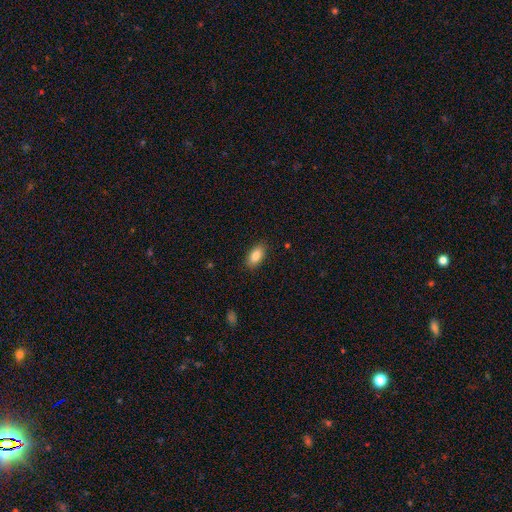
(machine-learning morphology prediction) A smooth galaxy with no disk features (86%) that is in between round and cigar-shaped (91%). Merging: none (88%).